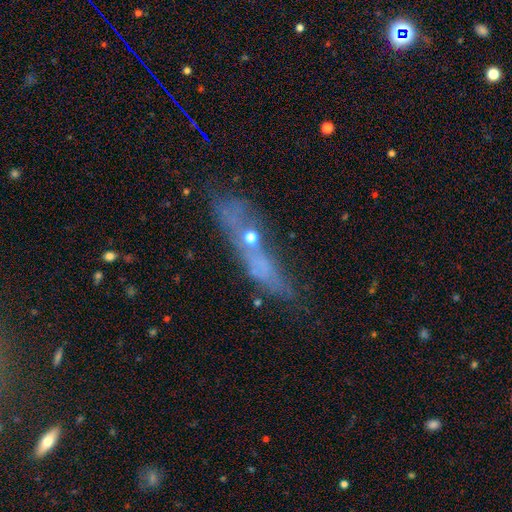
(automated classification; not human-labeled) Morphology: type=smooth (40%); merging=none (52%).